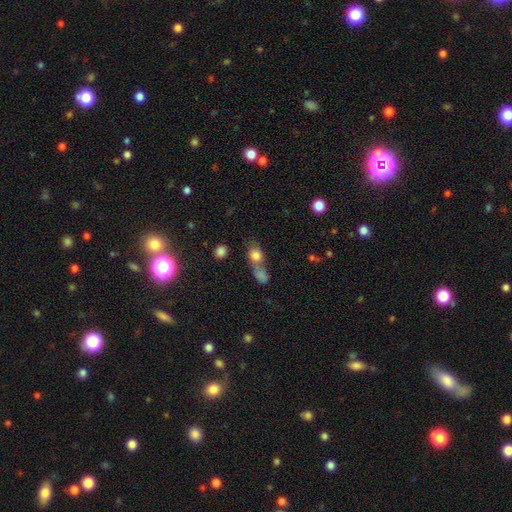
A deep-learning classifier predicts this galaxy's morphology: type=smooth (77%); roundness=round (52%); merging=merger (58%).